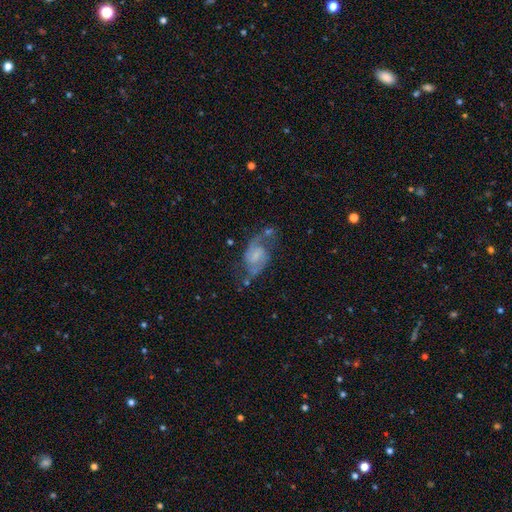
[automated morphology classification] type=featured or disk (82%); edge-on=no (97%); bar=weak (51%); spiral arms=yes (95%); winding=medium (51%); arm count=2 (90%); bulge=small (46%); merging=none (59%).